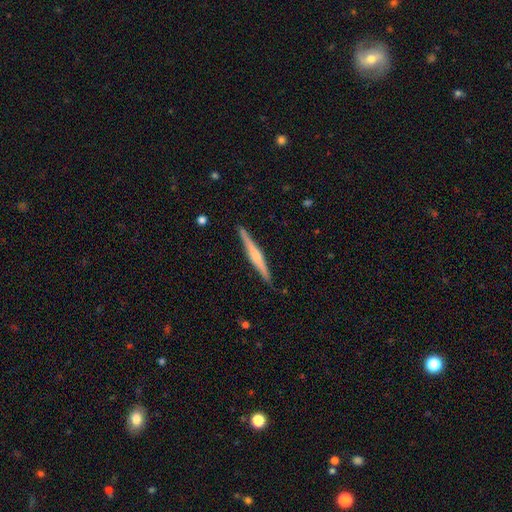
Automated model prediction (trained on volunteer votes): smooth_or_featured: featured or disk (p=0.65) [alt: smooth p=0.29]
disk_edge_on: yes (p=0.98) [alt: no p=0.02]
edge_on_bulge: rounded (p=0.60) [alt: none p=0.22]
merging: none (p=0.90) [alt: minor disturbance p=0.07]